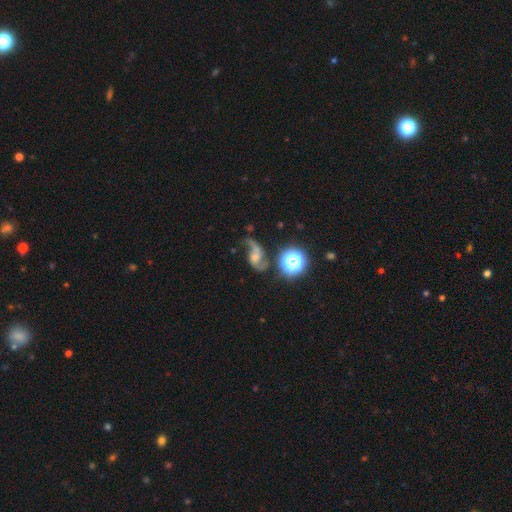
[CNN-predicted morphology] smooth-or-featured: featured or disk: 69% | smooth: 18% | star or artifact: 13%
  disk-edge-on: no: 97% | yes: 3%
    bar: no: 58% | weak: 33% | strong: 9%
    has-spiral-arms: yes: 92% | no: 8%
      spiral-winding: loose: 79% | medium: 17% | tight: 4%
      spiral-arm-count: 2: 79% | 1: 15% | can't tell: 3% | 3: 1% | 4: 1% | more than 4: 1%
    bulge-size: moderate: 31% | small: 29% | none: 23% | large: 13% | dominant: 4%
  merging: none: 42% | major disturbance: 28% | minor disturbance: 20% | merger: 10%